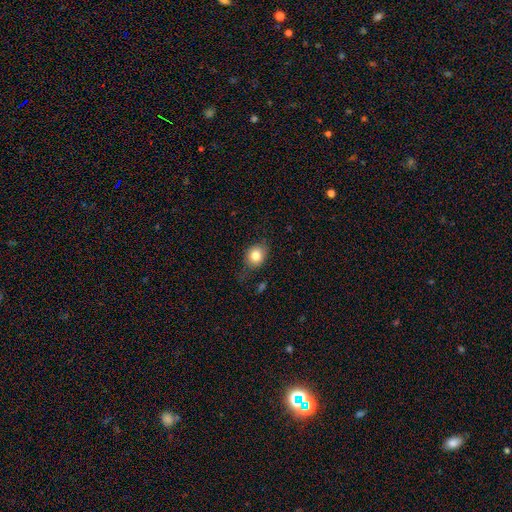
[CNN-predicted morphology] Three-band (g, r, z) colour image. It shows a smooth galaxy with no disk features (80%) that is round (61%). Merging: none (70%).